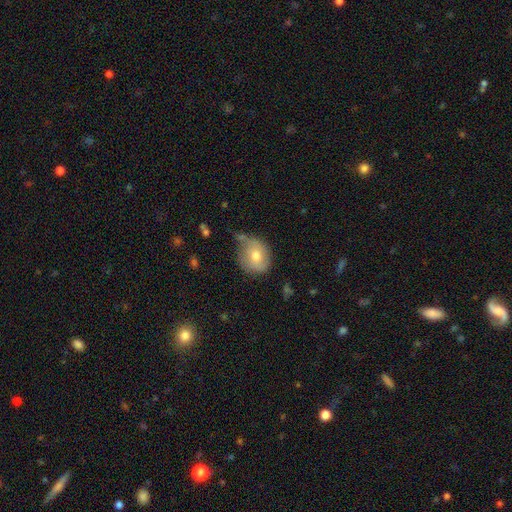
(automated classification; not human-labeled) A smooth galaxy with no disk features (66%) that is round (74%). Merging: none (56%).